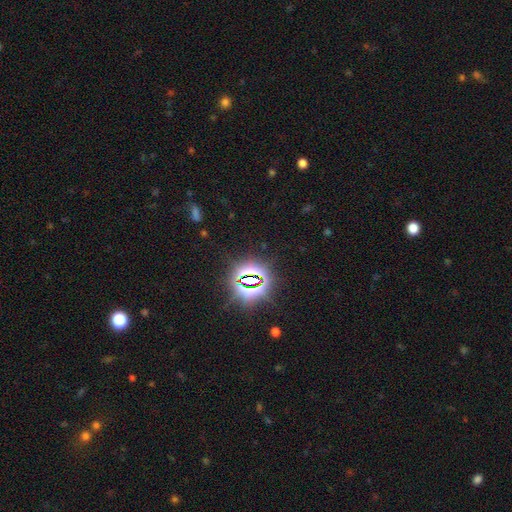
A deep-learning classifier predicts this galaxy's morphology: This appears to be a star or artifact, not a galaxy (81%).